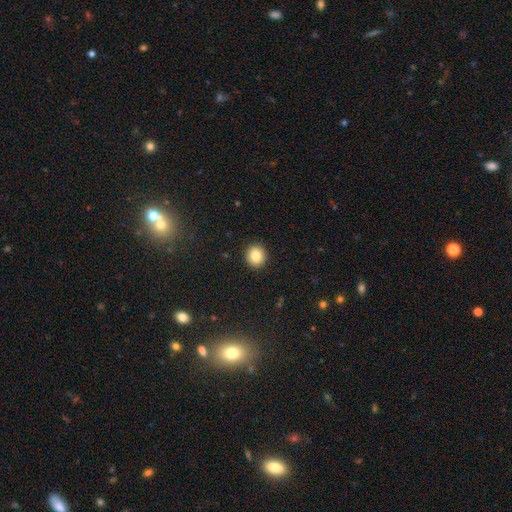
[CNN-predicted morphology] This is clearly a smooth galaxy (84%). How rounded: clearly round (88%). Merging: clearly none (92%).